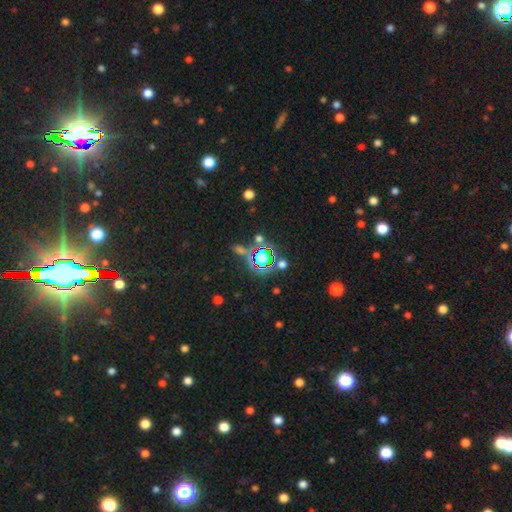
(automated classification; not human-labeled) Q: Smooth or featured?
A: star or artifact (82%); runner-up: smooth (10%)